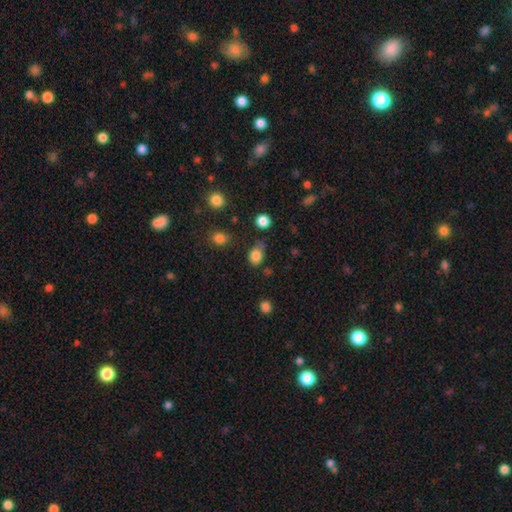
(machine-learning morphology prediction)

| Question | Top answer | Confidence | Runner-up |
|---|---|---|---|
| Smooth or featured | smooth | 83% | star or artifact (11%) |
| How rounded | in between | 64% | round (34%) |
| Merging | none | 55% | minor disturbance (31%) |